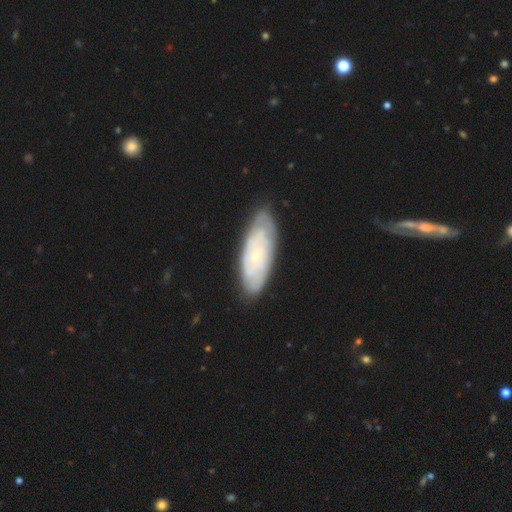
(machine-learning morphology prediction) A featured or disk galaxy (63%) with no bar (79%), spiral arms (75%) and a small central bulge (77%). Merging: none (80%).